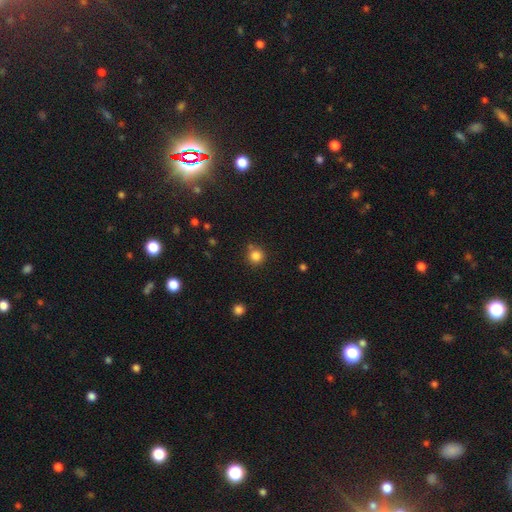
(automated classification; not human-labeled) Smooth or featured: smooth — 83% (star or artifact — 12%)
How rounded: round — 93% (in between — 6%)
Merging: none — 78% (minor disturbance — 11%)